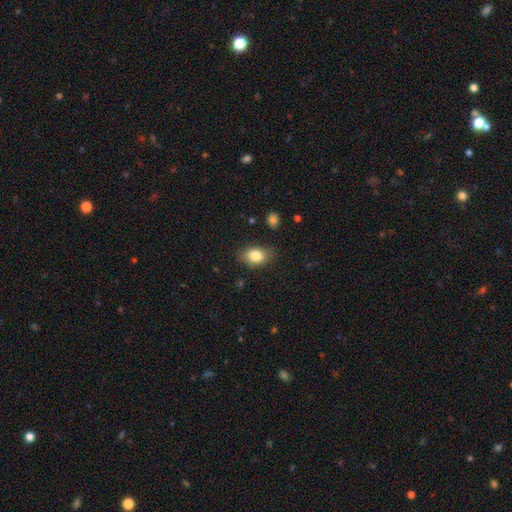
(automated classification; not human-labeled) This appears to be a smooth galaxy with no disk features (82%) that is in between round and cigar-shaped (78%). Merging: none (79%).